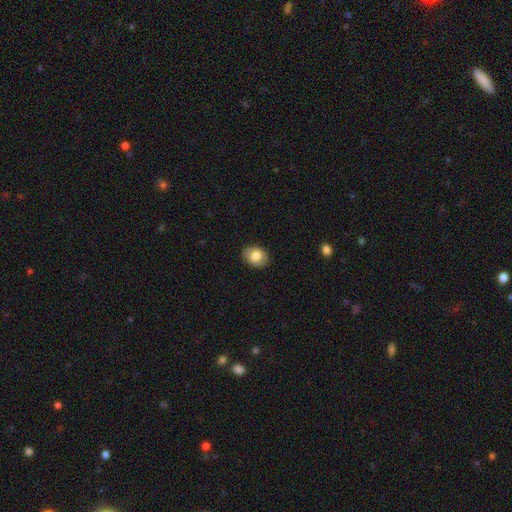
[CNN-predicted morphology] A smooth galaxy with no disk features (80%) that is in between round and cigar-shaped (62%). Merging: none (88%).